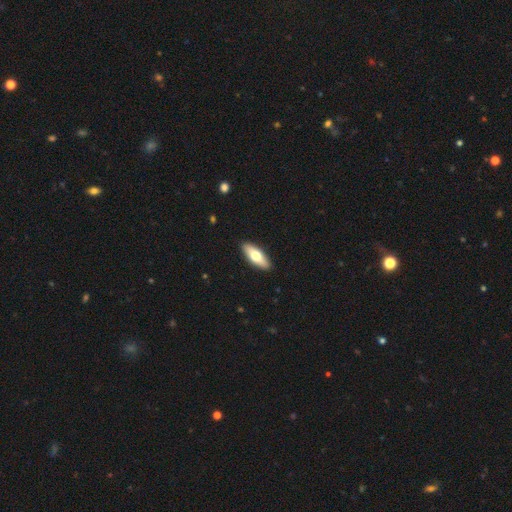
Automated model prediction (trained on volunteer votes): smooth 62%, featured or disk 33%, star or artifact 5%. Down the decision tree: how rounded — in between (63%); merging — none (91%).